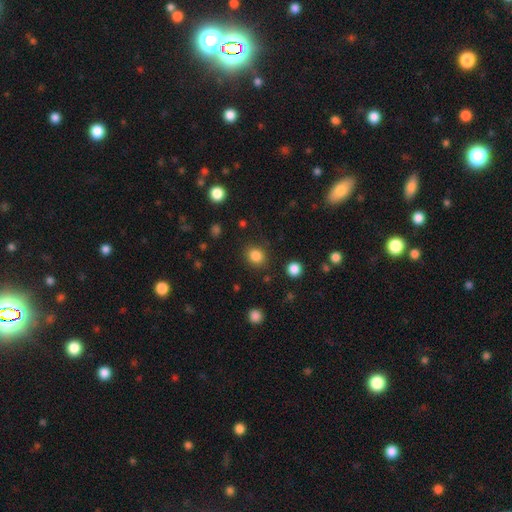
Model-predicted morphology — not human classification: Smooth or featured?
  - smooth: 84% *
  - star or artifact: 11%
  - featured or disk: 5%
How rounded?
  - round: 76% *
  - in between: 23%
  - cigar-shaped: 1%
Merging?
  - none: 87% *
  - minor disturbance: 8%
  - major disturbance: 3%
  - merger: 2%